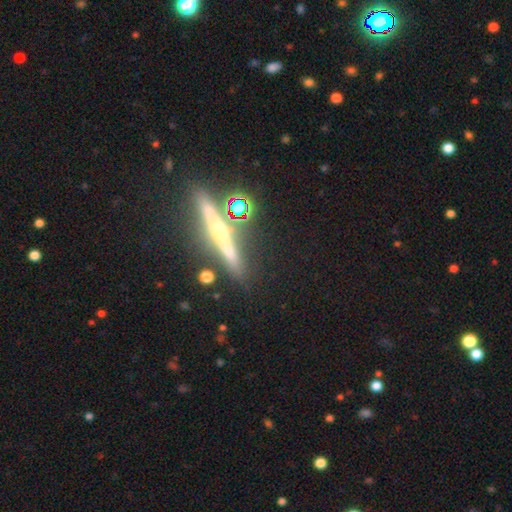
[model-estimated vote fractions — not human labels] Q: Smooth or featured?
A: featured or disk (73%); runner-up: smooth (19%)
Q: Edge-on disk?
A: yes (97%); runner-up: no (3%)
Q: Edge-on bulge?
A: rounded (46%); runner-up: none (45%)
Q: Merging?
A: none (83%); runner-up: minor disturbance (9%)